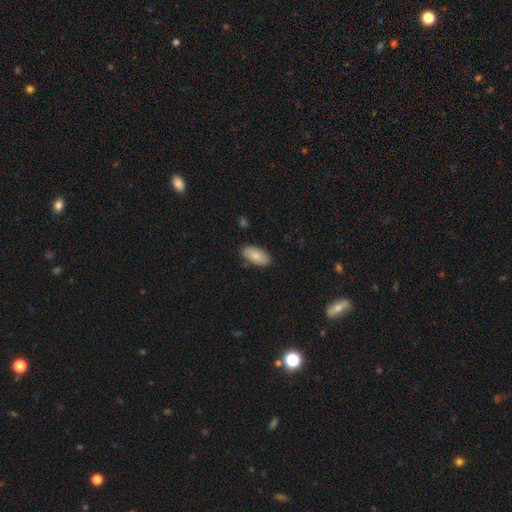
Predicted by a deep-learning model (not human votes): smooth_or_featured: smooth (p=0.83) [alt: featured or disk p=0.11]
how_rounded: in between (p=0.93) [alt: cigar-shaped p=0.05]
merging: none (p=0.84) [alt: minor disturbance p=0.13]